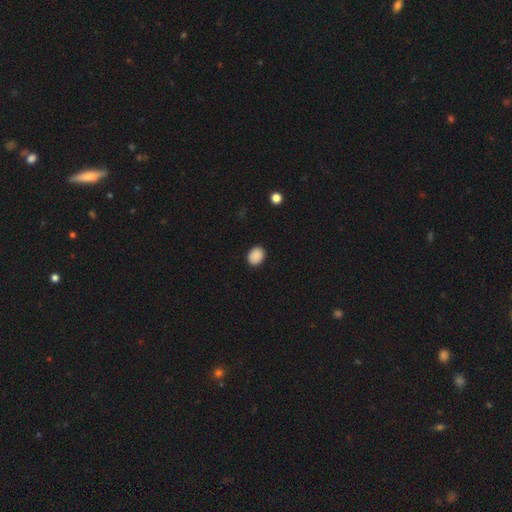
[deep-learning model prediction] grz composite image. It shows a smooth galaxy with no disk features (89%) that is in between round and cigar-shaped (57%). Merging: none (90%).